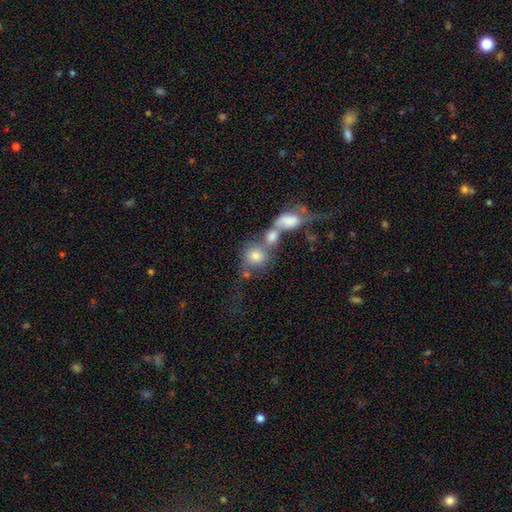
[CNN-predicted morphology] A smooth galaxy with no disk features (66%) that is round (66%). Merging: merger (64%).